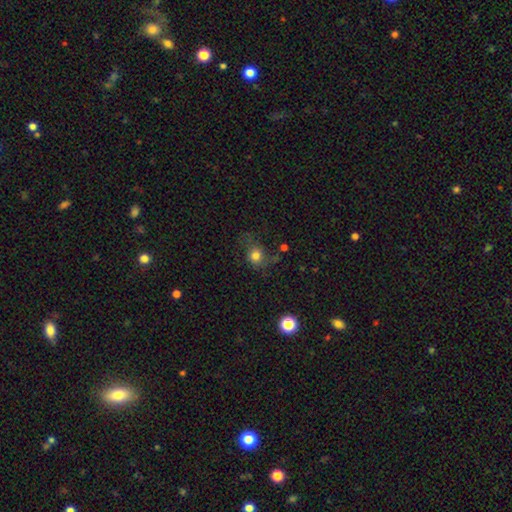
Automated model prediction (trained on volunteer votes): Smooth or featured? Predicted: smooth (p=0.74). How rounded? Predicted: round (p=0.74). Merging? Predicted: none (p=0.55).